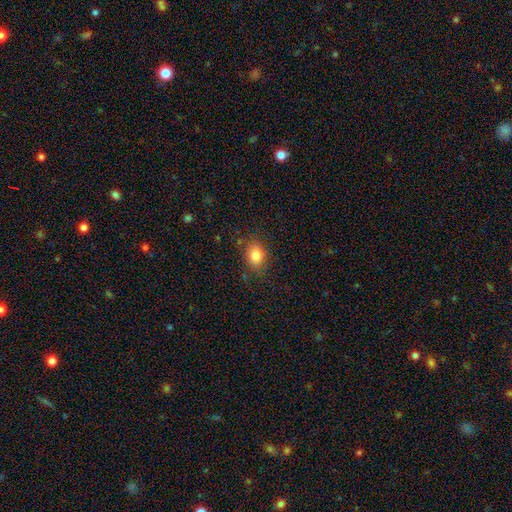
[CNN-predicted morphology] Smooth or featured? smooth (83%)
How rounded? in between (67%)
Merging? none (81%)